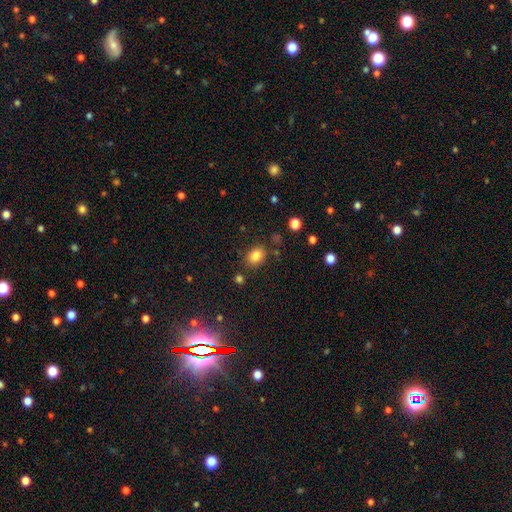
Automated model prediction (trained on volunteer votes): A smooth galaxy with no disk features (83%) that is in between round and cigar-shaped (61%).

Vote fractions:
- Smooth or featured? smooth: 83% / star or artifact: 11% / featured or disk: 7%
- How rounded? in between: 61% / round: 38% / cigar-shaped: 1%
- Merging? none: 79% / minor disturbance: 12% / merger: 5% / major disturbance: 4%